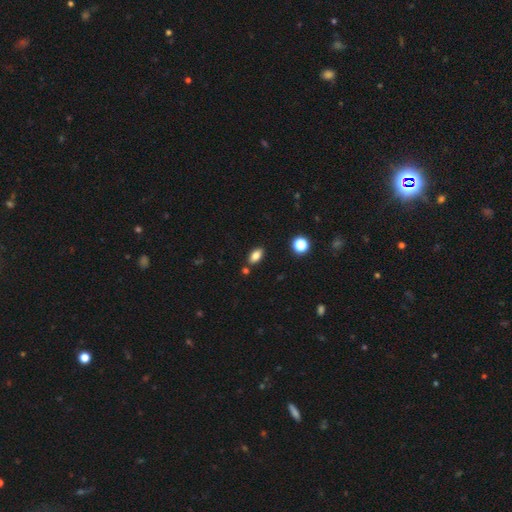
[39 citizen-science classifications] smooth_or_featured: smooth (p=0.85) [alt: featured or disk p=0.08]
how_rounded: in between (p=0.94) [alt: cigar-shaped p=0.06]
merging: none (p=0.89) [alt: minor disturbance p=0.11]